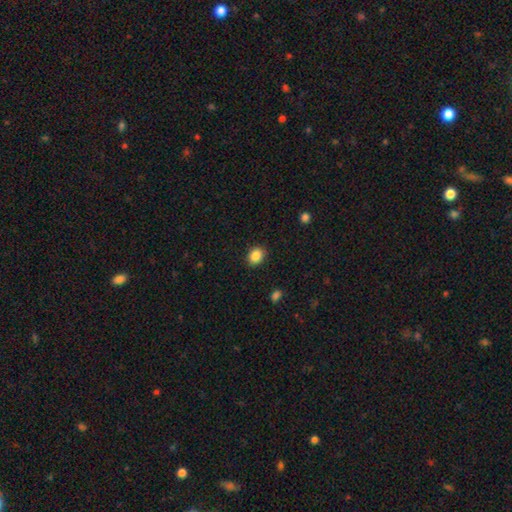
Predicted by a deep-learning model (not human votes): smooth-or-featured: smooth: 86% | star or artifact: 9% | featured or disk: 4%
  how-rounded: round: 52% | in between: 48% | cigar-shaped: 1%
  merging: none: 89% | minor disturbance: 8% | major disturbance: 2% | merger: 1%